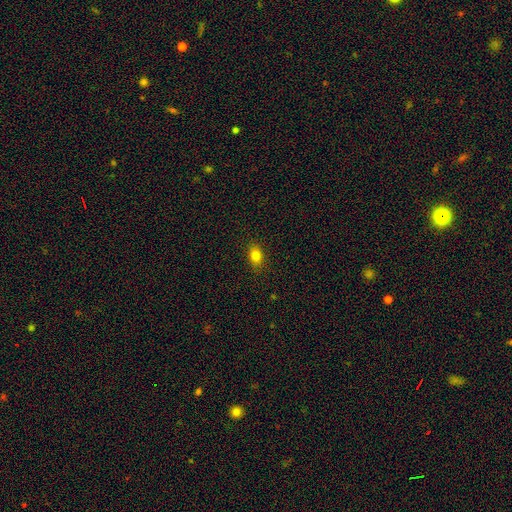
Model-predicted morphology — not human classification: Smooth or featured? smooth (81%)
How rounded? in between (75%)
Merging? none (88%)